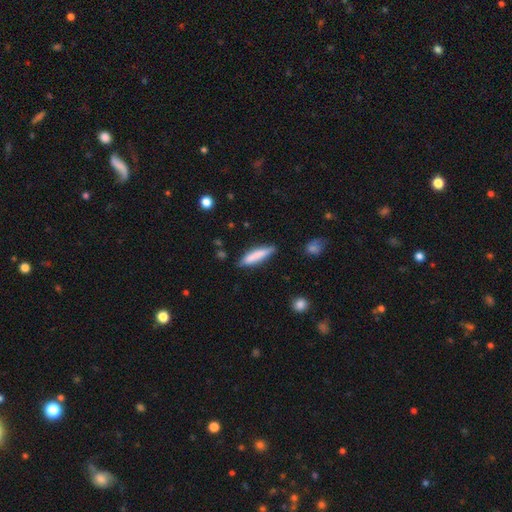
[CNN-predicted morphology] A smooth galaxy with no disk features (77%) that is cigar-shaped (77%). Merging: none (78%).